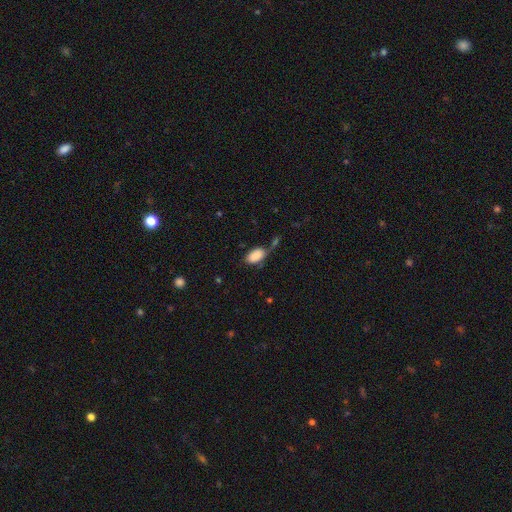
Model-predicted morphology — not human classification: The model was most divided on "merging": none: 53%, minor disturbance: 21%, merger: 16%, major disturbance: 10%. More confident: how rounded — in between (94%); smooth or featured — smooth (87%).